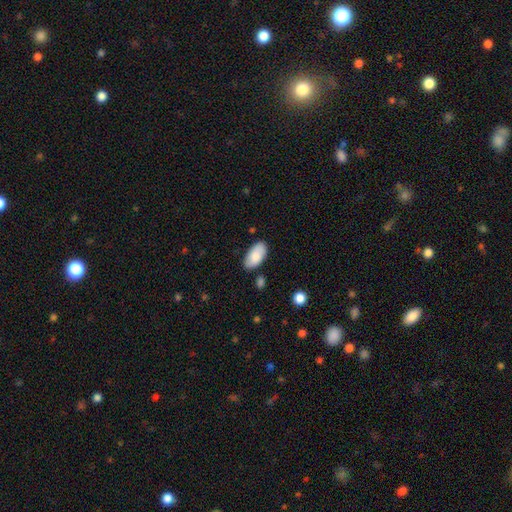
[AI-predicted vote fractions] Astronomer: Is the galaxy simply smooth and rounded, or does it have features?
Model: smooth — 85%.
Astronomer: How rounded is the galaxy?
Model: in between — 95%.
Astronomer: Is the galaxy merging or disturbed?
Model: none — 80%.